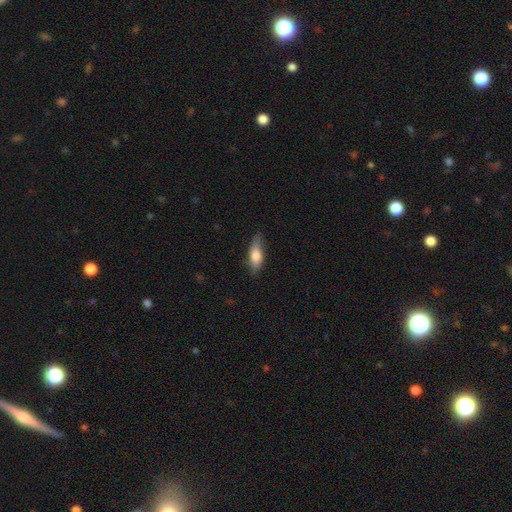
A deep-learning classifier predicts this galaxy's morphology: The model was most divided on "how rounded": in between: 60%, cigar-shaped: 37%, round: 3%. More confident: merging — none (74%); smooth or featured — smooth (70%).